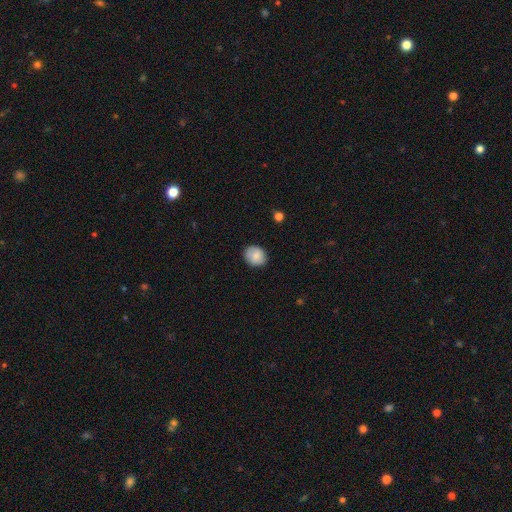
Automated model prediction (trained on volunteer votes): smooth 80%, featured or disk 12%, star or artifact 8%. Down the decision tree: how rounded — round (68%); merging — none (81%).